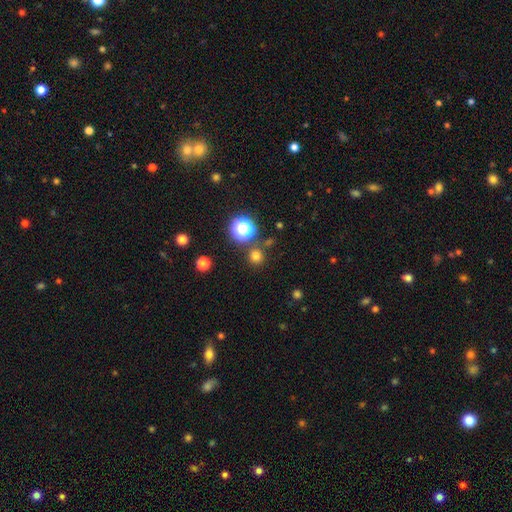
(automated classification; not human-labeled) A smooth galaxy with no disk features (71%) that is round (94%). Merging: none (83%).